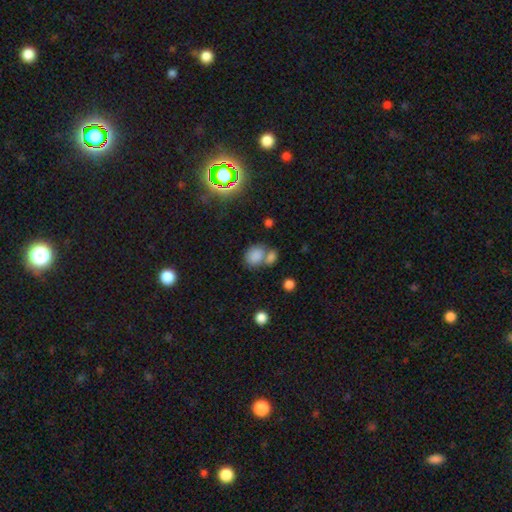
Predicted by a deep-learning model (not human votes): Smooth or featured: smooth — 80% (star or artifact — 12%)
How rounded: in between — 53% (round — 45%)
Merging: merger — 43% (none — 40%)